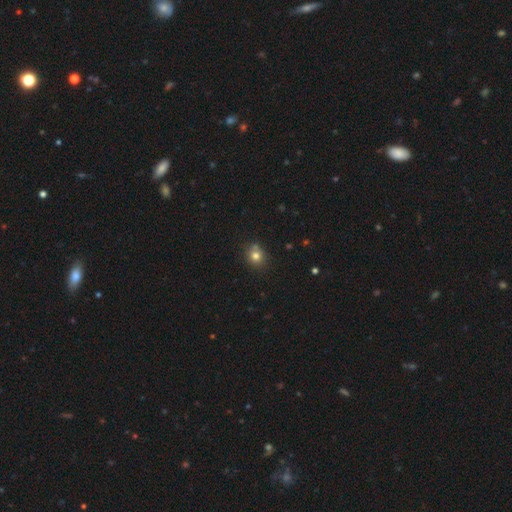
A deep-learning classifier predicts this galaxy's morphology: Smooth or featured? Predicted: smooth (p=0.77). How rounded? Predicted: round (p=0.77). Merging? Predicted: none (p=0.73).